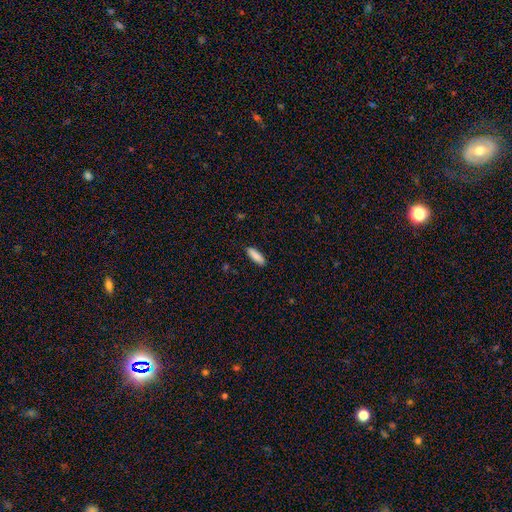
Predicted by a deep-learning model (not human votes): The model was most divided on "how rounded": cigar-shaped: 52%, in between: 46%, round: 2%. More confident: merging — none (89%); smooth or featured — smooth (88%).